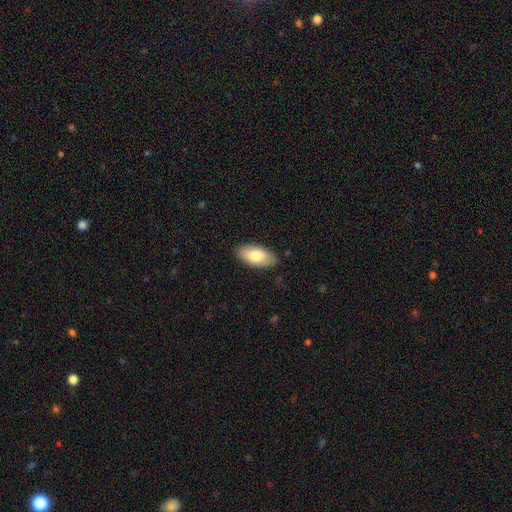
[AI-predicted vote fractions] Q: Smooth or featured?
A: smooth (77%); runner-up: featured or disk (17%)
Q: How rounded?
A: in between (92%); runner-up: cigar-shaped (5%)
Q: Merging?
A: none (86%); runner-up: minor disturbance (10%)